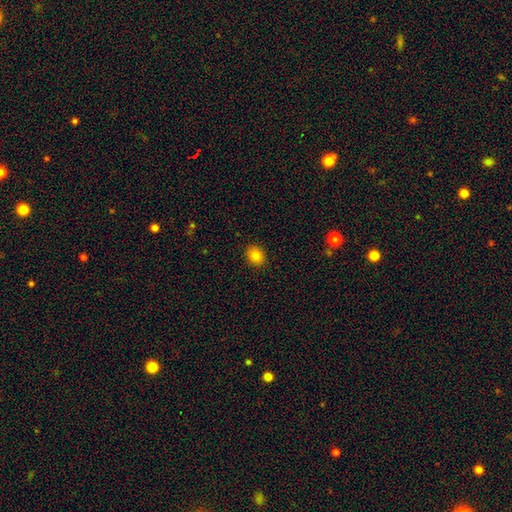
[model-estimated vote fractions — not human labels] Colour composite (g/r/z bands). It shows a smooth galaxy with no disk features (83%) that is round (54%). Merging: none (90%).